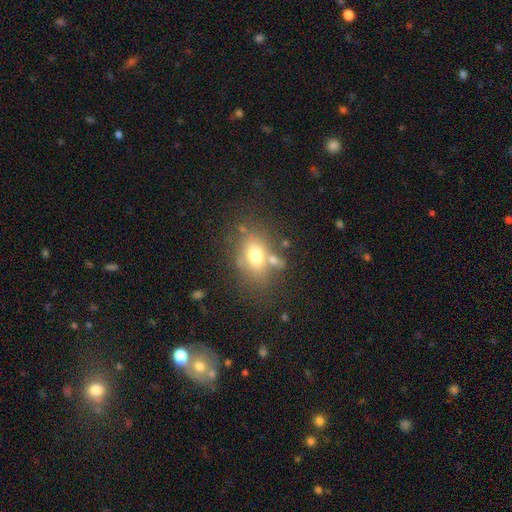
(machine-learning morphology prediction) smooth-or-featured: smooth: 68% | featured or disk: 20% | star or artifact: 12%
  how-rounded: in between: 68% | round: 30% | cigar-shaped: 2%
  merging: none: 55% | merger: 19% | minor disturbance: 17% | major disturbance: 9%